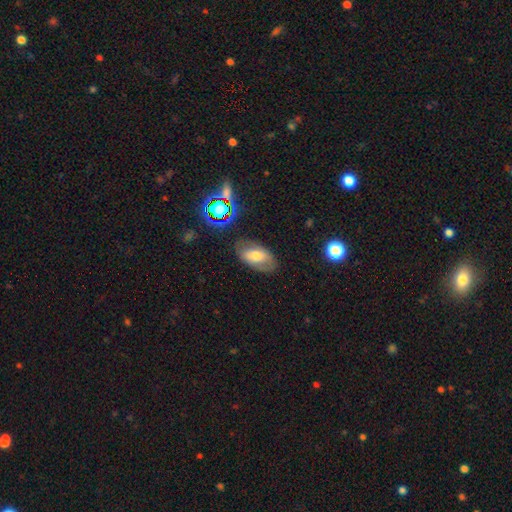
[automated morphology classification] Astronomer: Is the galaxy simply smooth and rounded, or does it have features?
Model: smooth — 56% (runner-up: featured or disk, 33%).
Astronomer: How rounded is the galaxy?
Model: in between — 92%.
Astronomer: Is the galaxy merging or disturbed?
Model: none — 75%.